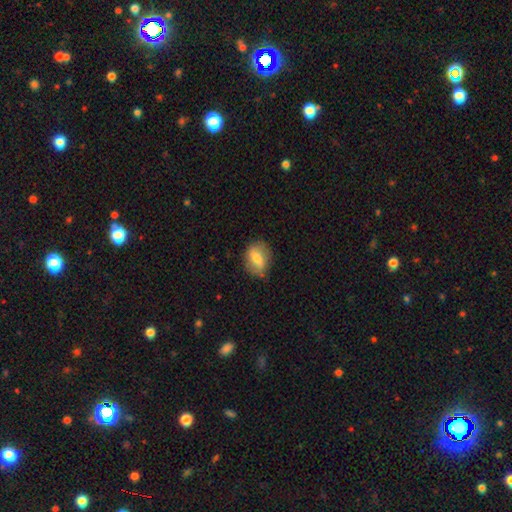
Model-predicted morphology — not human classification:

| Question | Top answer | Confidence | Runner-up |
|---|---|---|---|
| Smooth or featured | smooth | 66% | featured or disk (25%) |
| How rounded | in between | 75% | round (22%) |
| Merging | none | 78% | minor disturbance (17%) |